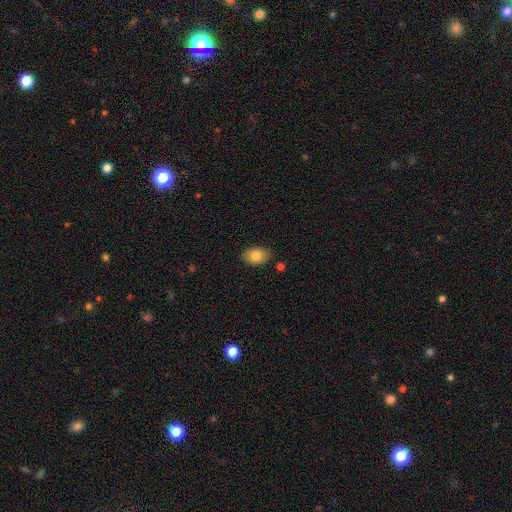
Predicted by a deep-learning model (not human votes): The model was most divided on "how rounded": in between: 80%, round: 19%, cigar-shaped: 1%. More confident: merging — none (85%); smooth or featured — smooth (82%).